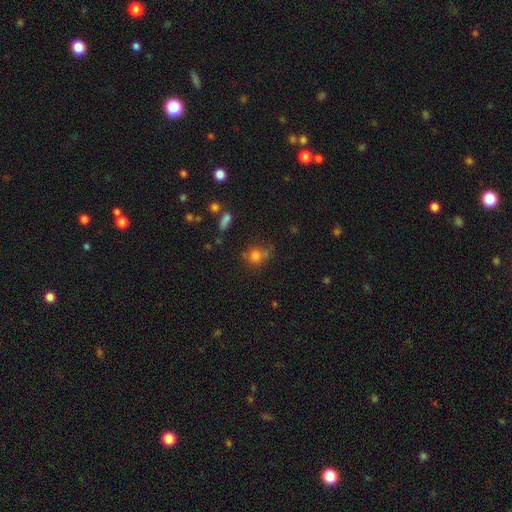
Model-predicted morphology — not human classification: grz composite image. It shows a smooth galaxy with no disk features (77%) that is round (78%). Merging: none (57%).